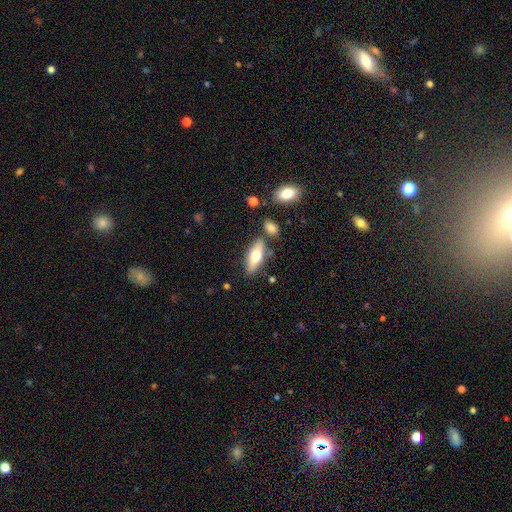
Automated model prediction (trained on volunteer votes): Smooth or featured: smooth — 62% (featured or disk — 31%)
How rounded: in between — 66% (cigar-shaped — 32%)
Merging: none — 74% (minor disturbance — 14%)